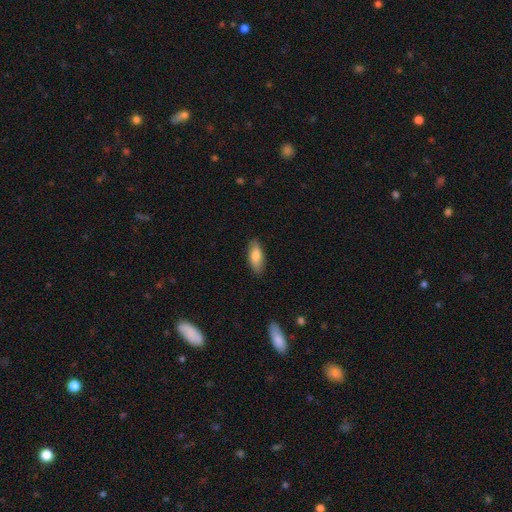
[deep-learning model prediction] Smooth or featured: smooth — 81% (featured or disk — 13%)
How rounded: in between — 74% (cigar-shaped — 23%)
Merging: none — 87% (minor disturbance — 10%)